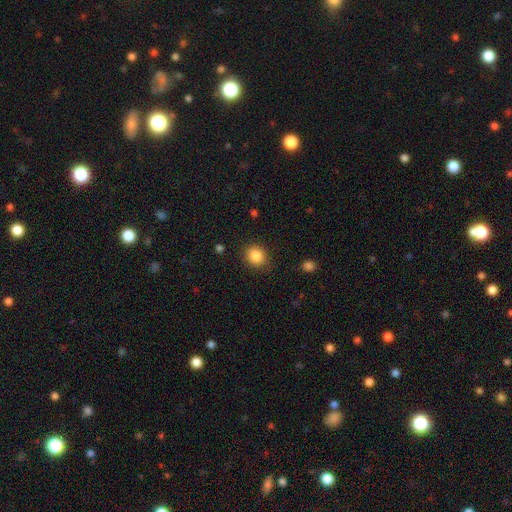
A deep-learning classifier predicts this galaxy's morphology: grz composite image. It shows a smooth galaxy with no disk features (87%) that is round (73%). Merging: none (85%).